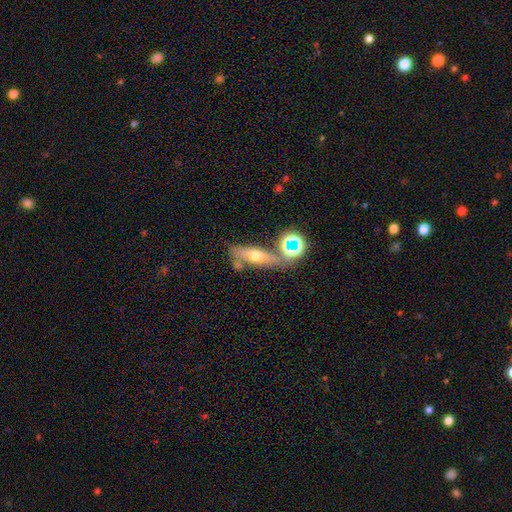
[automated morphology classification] A smooth galaxy with no disk features (47%). Merging: none (63%).